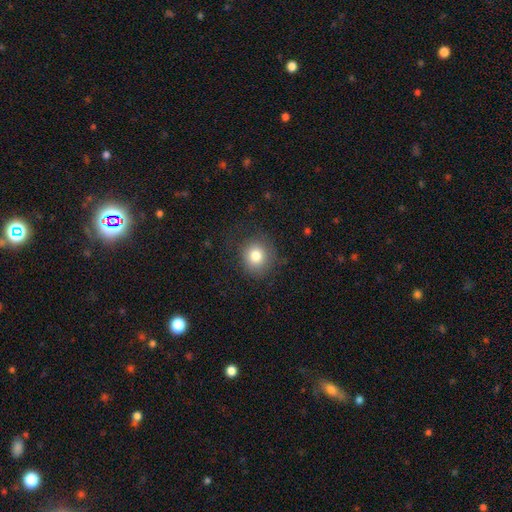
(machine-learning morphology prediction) smooth_or_featured: smooth (p=0.80) [alt: star or artifact p=0.11]
how_rounded: round (p=0.84) [alt: in between p=0.15]
merging: none (p=0.80) [alt: minor disturbance p=0.13]